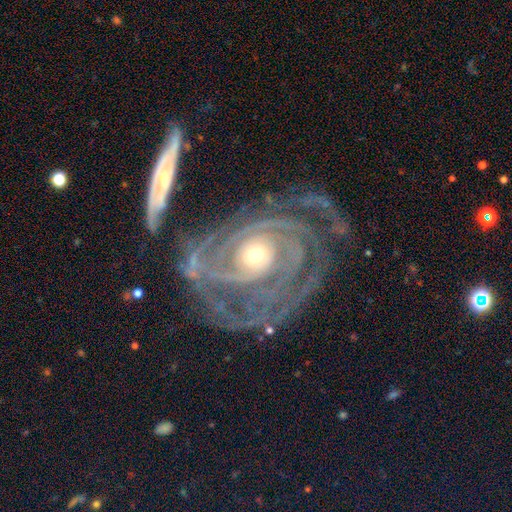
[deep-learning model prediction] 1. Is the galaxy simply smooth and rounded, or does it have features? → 92% featured or disk, 5% star or artifact, 3% smooth.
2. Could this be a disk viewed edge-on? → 97% no, 3% yes.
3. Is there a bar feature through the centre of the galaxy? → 76% no, 15% weak, 9% strong.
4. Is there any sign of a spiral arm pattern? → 98% yes, 2% no.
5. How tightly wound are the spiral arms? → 73% tight, 22% medium, 6% loose.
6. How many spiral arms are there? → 30% 2, 19% 3, 19% can't tell, 13% 4, 11% more than 4, 9% 1.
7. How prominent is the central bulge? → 50% small, 43% moderate, 5% large, 1% dominant, 1% none.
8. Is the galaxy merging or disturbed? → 64% none, 18% minor disturbance, 15% major disturbance, 3% merger.